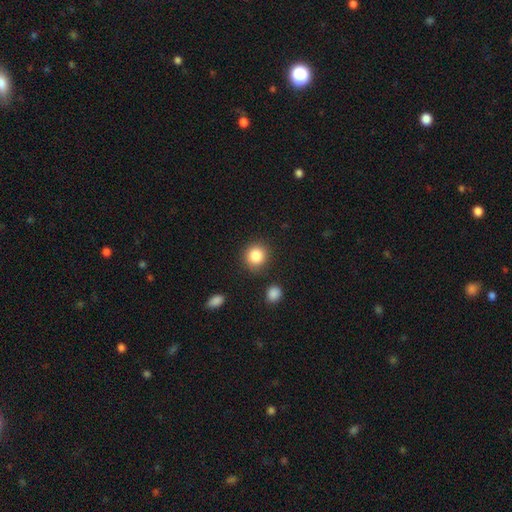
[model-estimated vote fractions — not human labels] A smooth galaxy with no disk features (85%) that is round (87%). Merging: none (84%).